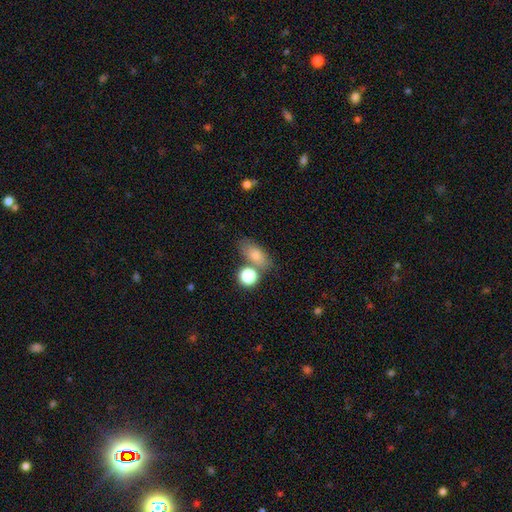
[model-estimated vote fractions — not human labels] Smooth or featured: smooth — 78% (featured or disk — 11%)
How rounded: in between — 78% (round — 14%)
Merging: none — 63% (merger — 19%)